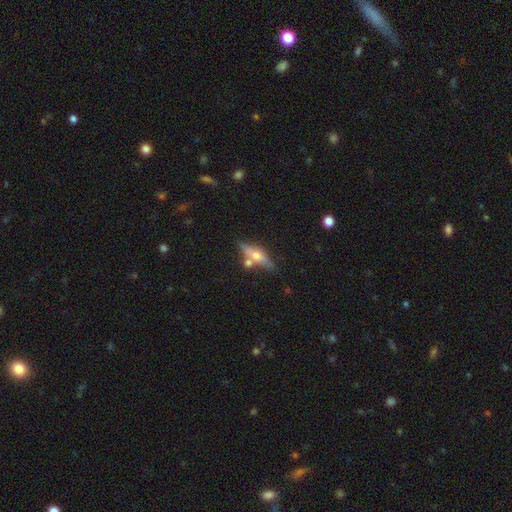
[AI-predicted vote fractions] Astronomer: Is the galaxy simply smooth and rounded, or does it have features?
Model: featured or disk — 53% (runner-up: smooth, 40%).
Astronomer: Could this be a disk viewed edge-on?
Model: yes — 85%.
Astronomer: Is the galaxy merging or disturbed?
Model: none — 63%.